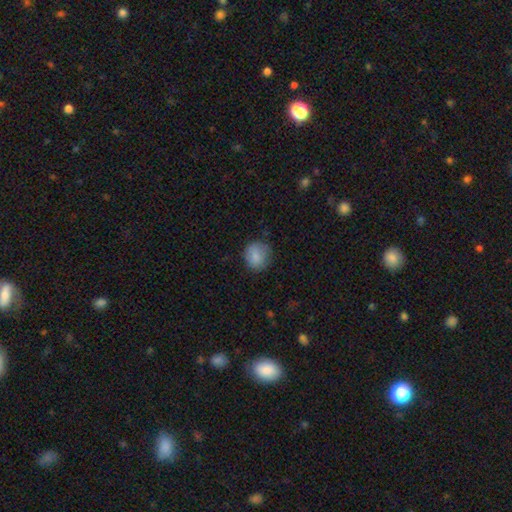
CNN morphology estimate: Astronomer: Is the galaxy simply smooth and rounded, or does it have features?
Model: smooth — 84%.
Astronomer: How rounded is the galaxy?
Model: round — 80%.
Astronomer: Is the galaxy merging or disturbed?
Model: none — 74%.